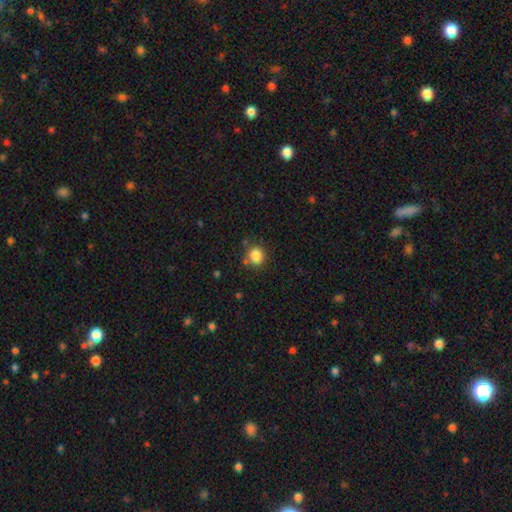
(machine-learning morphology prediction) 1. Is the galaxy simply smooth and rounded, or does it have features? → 85% smooth, 11% star or artifact, 4% featured or disk.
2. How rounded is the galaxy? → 83% round, 16% in between, 1% cigar-shaped.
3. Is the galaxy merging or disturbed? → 78% none, 13% minor disturbance, 6% merger, 4% major disturbance.